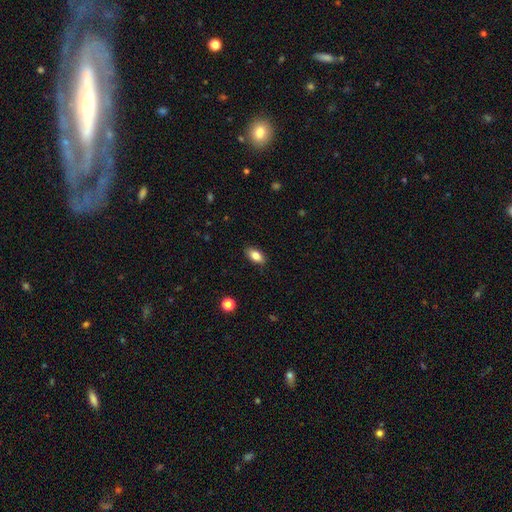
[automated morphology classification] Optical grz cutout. It shows a smooth galaxy with no disk features (83%) that is in between round and cigar-shaped (90%). Merging: none (87%).